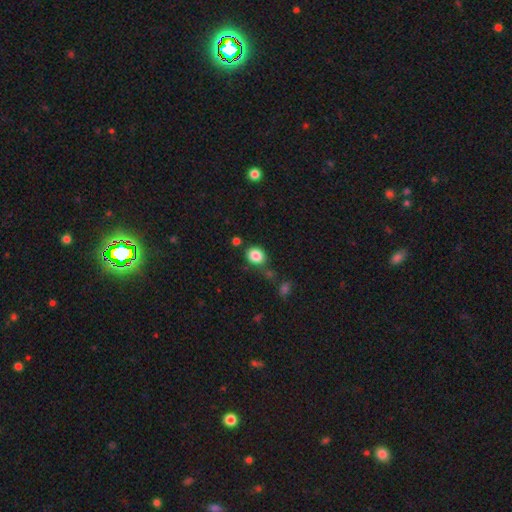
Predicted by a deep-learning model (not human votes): A smooth galaxy with no disk features (85%) that is round (57%). Merging: none (76%).